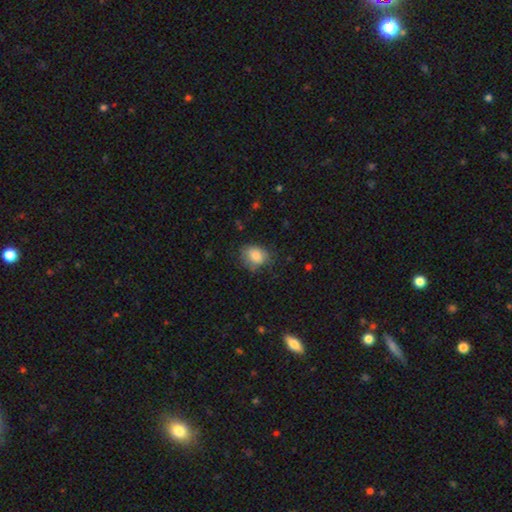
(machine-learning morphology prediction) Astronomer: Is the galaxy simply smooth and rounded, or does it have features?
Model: smooth — 83%.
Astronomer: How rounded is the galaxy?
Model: in between — 63%.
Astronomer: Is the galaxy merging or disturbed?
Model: none — 64%.